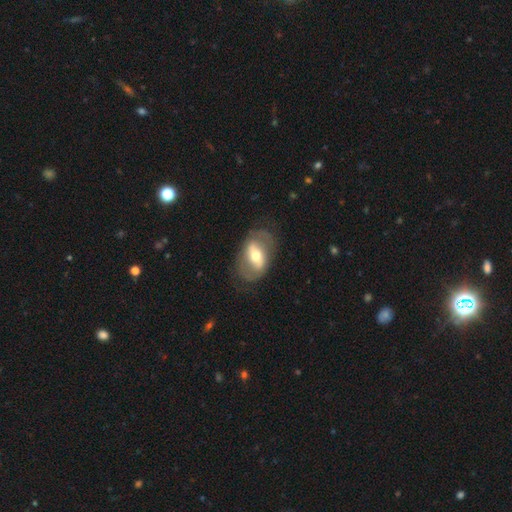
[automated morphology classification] type=featured or disk (59%); edge-on=no (90%); bar=strong (45%); spiral arms=no (54%); bulge=moderate (65%); merging=none (67%).